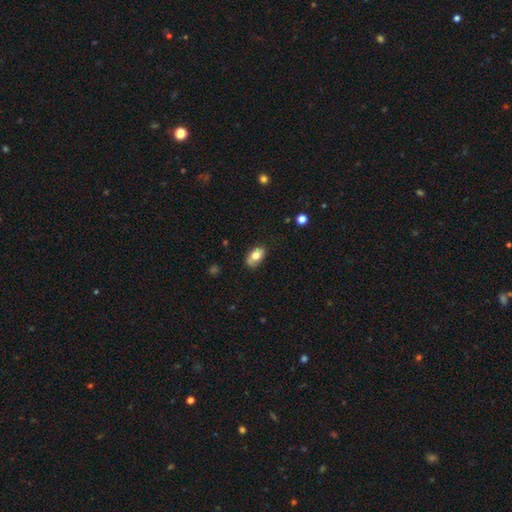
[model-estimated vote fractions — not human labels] smooth 73%, featured or disk 19%, star or artifact 8%. Down the decision tree: how rounded — in between (90%); merging — none (71%).